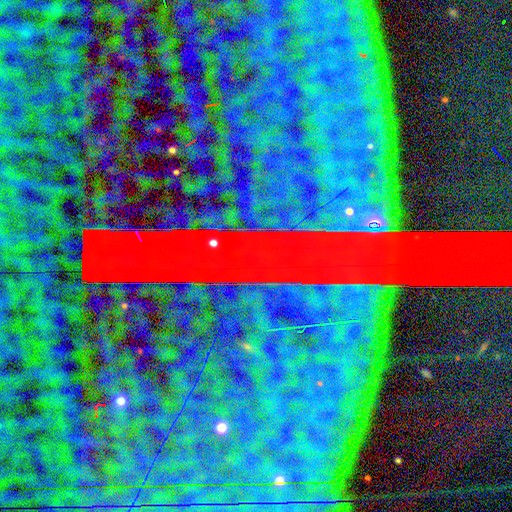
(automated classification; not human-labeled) This is clearly a star or artifact rather than a galaxy (86%).